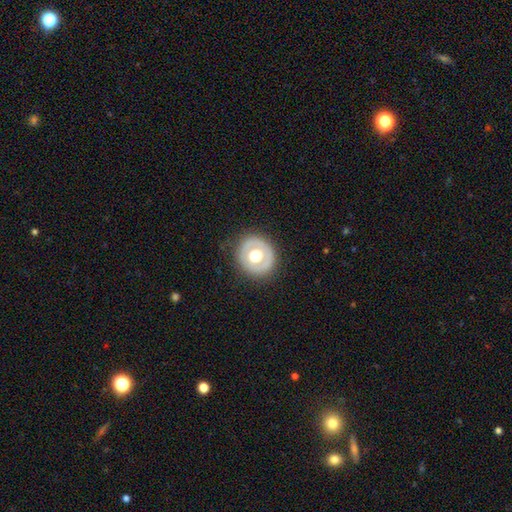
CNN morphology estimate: type=smooth (50%); roundness=round (92%); merging=none (87%).